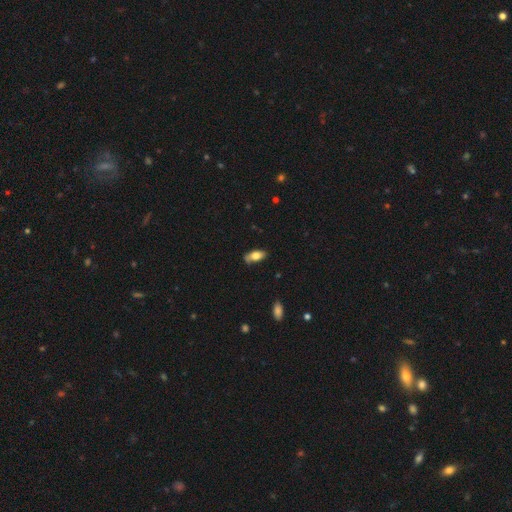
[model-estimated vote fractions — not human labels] smooth_or_featured: smooth (p=0.75) [alt: featured or disk p=0.18]
how_rounded: in between (p=0.88) [alt: cigar-shaped p=0.09]
merging: none (p=0.71) [alt: minor disturbance p=0.22]